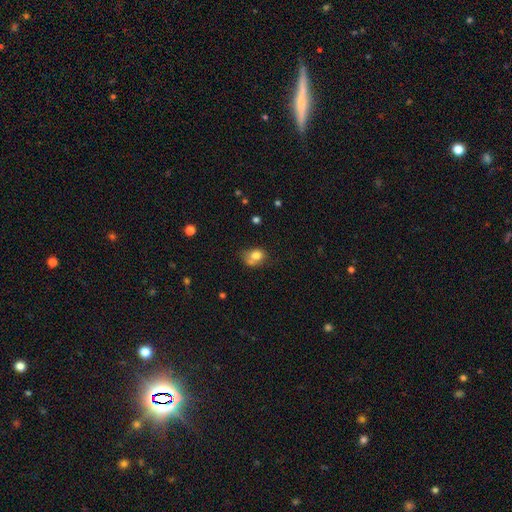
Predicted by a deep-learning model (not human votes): smooth 75%, featured or disk 15%, star or artifact 11%. Down the decision tree: how rounded — in between (56%); merging — none (35%).